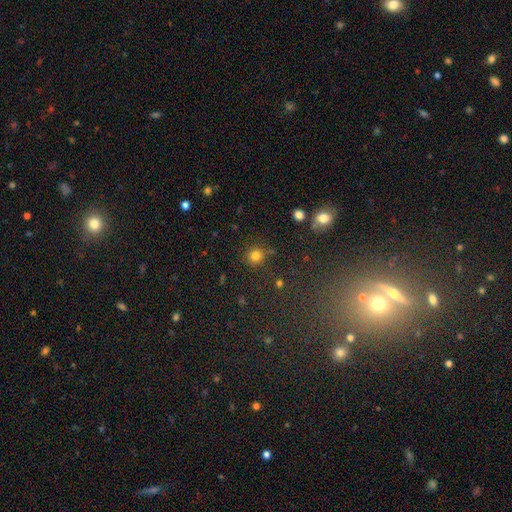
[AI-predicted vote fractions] Smooth or featured? smooth (80%)
How rounded? round (90%)
Merging? none (81%)